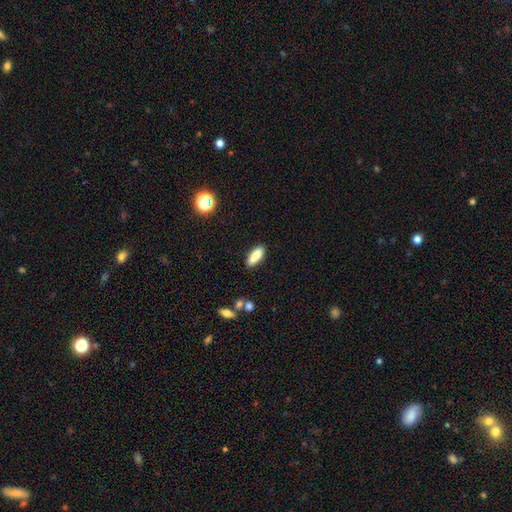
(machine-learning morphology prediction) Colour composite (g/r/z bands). It shows a smooth galaxy with no disk features (83%) that is in between round and cigar-shaped (58%). Merging: none (85%).